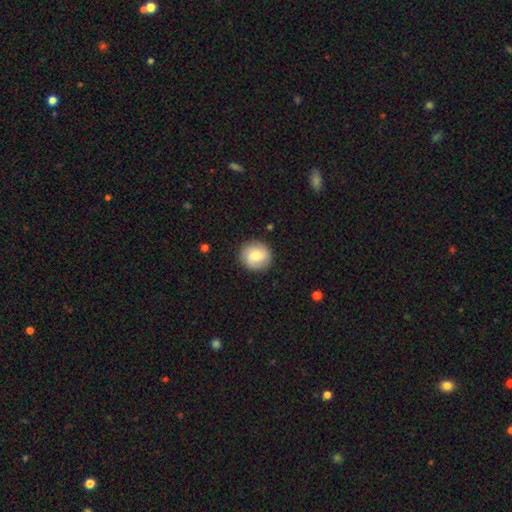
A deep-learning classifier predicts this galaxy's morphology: A smooth galaxy with no disk features (72%) that is round (89%). Merging: none (88%).